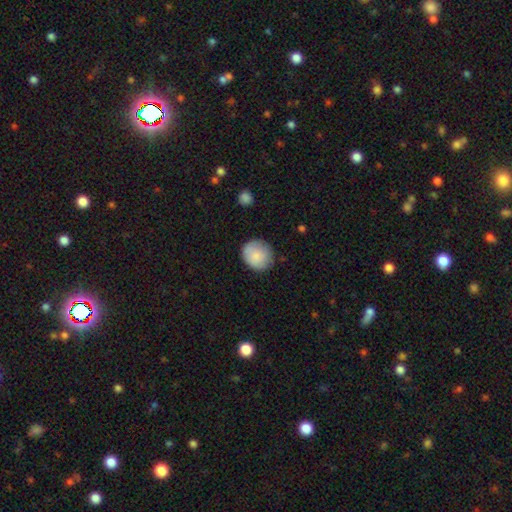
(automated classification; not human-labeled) Smooth or featured: smooth — 84% (featured or disk — 10%)
How rounded: round — 82% (in between — 17%)
Merging: none — 78% (minor disturbance — 17%)